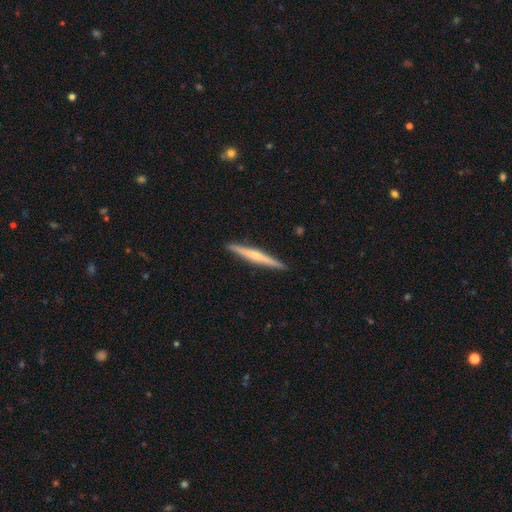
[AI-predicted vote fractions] Overall: featured or disk (60%; smooth 35%). Edge-on disk: yes (98%). Edge-on bulge: rounded (58%; none 33%). Merging: none (92%).